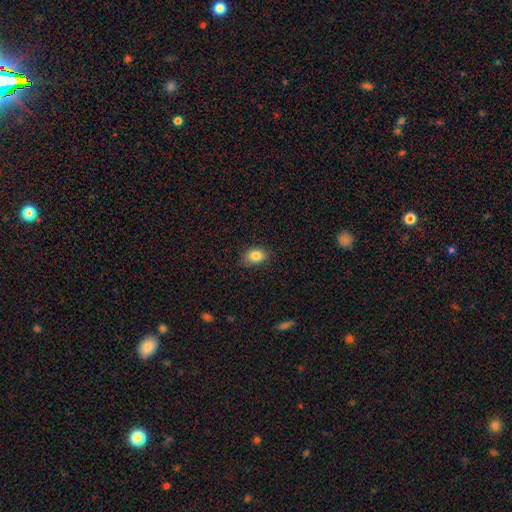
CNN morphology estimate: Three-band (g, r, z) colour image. It shows a smooth galaxy with no disk features (84%) that is in between round and cigar-shaped (74%). Merging: none (82%).